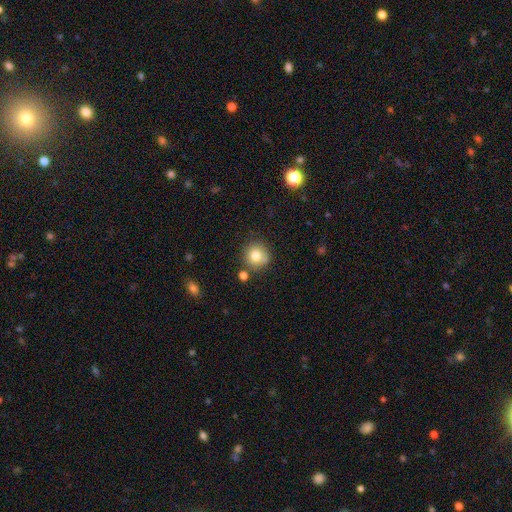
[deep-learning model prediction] This appears to be a smooth galaxy with no disk features (79%) that is round (92%). Merging: none (77%).